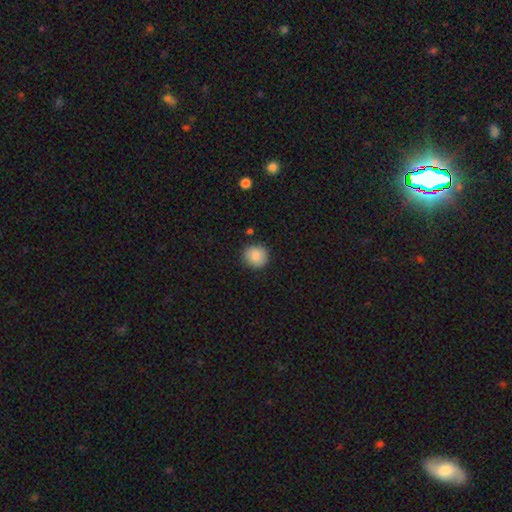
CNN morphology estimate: Smooth or featured? smooth (87%)
How rounded? round (90%)
Merging? none (87%)